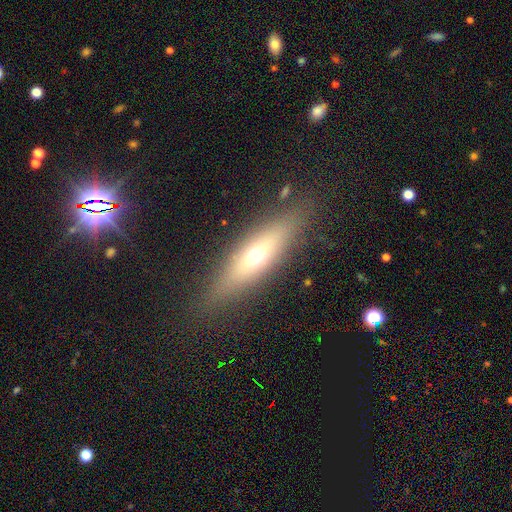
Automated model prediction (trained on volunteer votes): smooth-or-featured: smooth: 49% | featured or disk: 43% | star or artifact: 9%
  merging: none: 84% | minor disturbance: 11% | major disturbance: 4% | merger: 2%